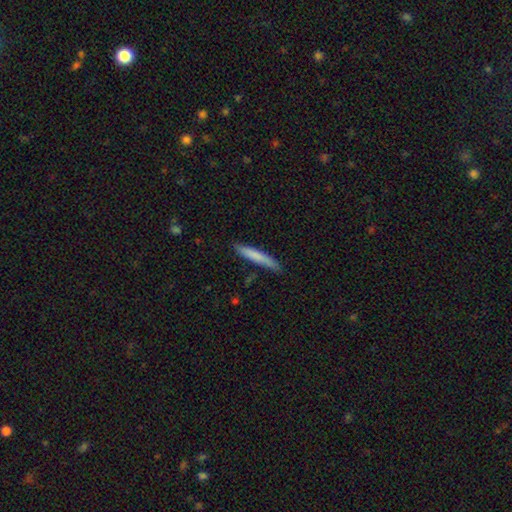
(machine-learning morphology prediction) Overall: smooth (75%). How rounded: cigar-shaped (94%). Merging: none (84%).